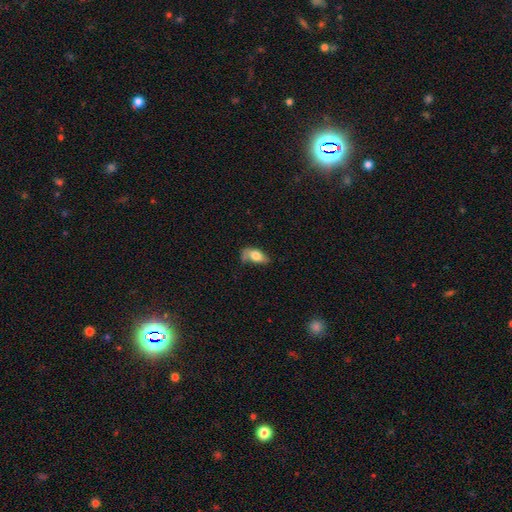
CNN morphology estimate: smooth 73%, featured or disk 20%, star or artifact 7%. Down the decision tree: how rounded — in between (88%); merging — none (45%).